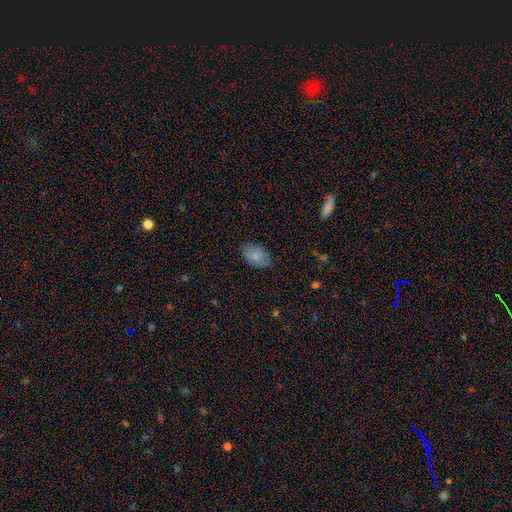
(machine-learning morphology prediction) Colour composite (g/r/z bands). It shows a smooth galaxy with no disk features (81%) that is in between round and cigar-shaped (89%). Merging: none (81%).